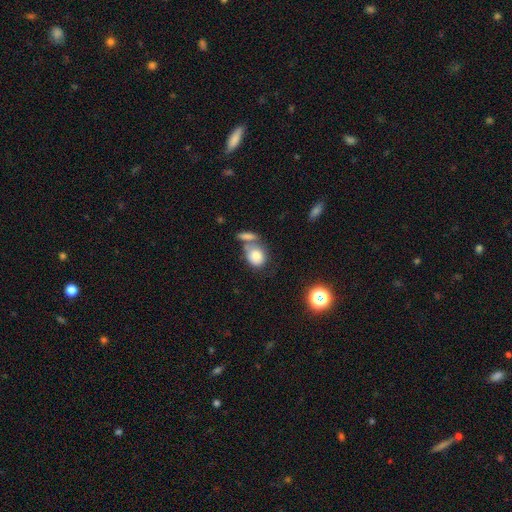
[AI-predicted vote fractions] The model was most divided on "merging" (2-way tie): none: 39%, merger: 39%, minor disturbance: 14%, major disturbance: 7%. More confident: smooth or featured — smooth (78%); how rounded — round (55%).